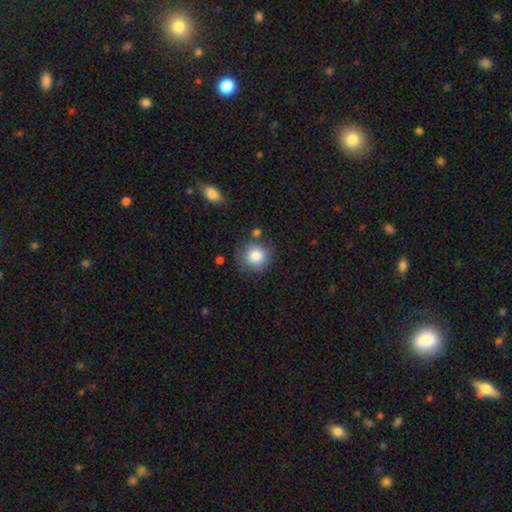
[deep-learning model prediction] Q: Smooth or featured?
A: smooth (84%); runner-up: star or artifact (9%)
Q: How rounded?
A: round (90%); runner-up: in between (9%)
Q: Merging?
A: none (76%); runner-up: minor disturbance (14%)